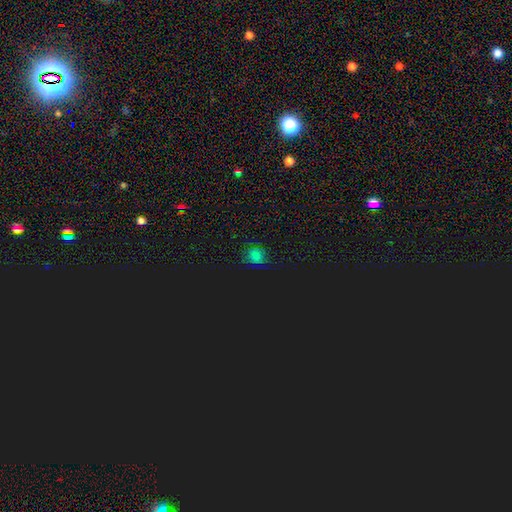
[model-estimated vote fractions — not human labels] smooth 48%, star or artifact 43%, featured or disk 8%. Down the decision tree: merging — none (82%).